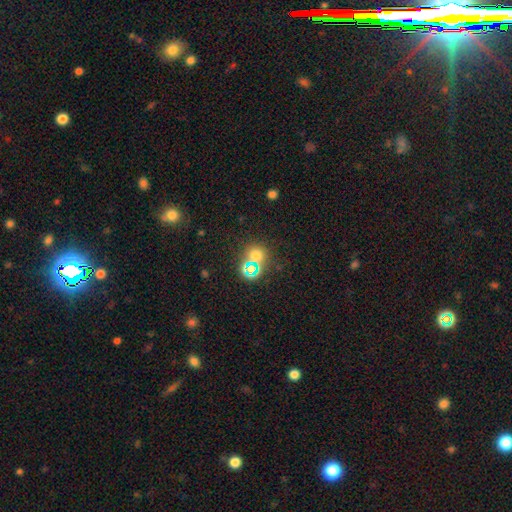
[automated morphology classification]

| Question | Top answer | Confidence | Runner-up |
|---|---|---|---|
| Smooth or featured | smooth | 56% | star or artifact (35%) |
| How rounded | round | 84% | in between (15%) |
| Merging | none | 67% | merger (19%) |